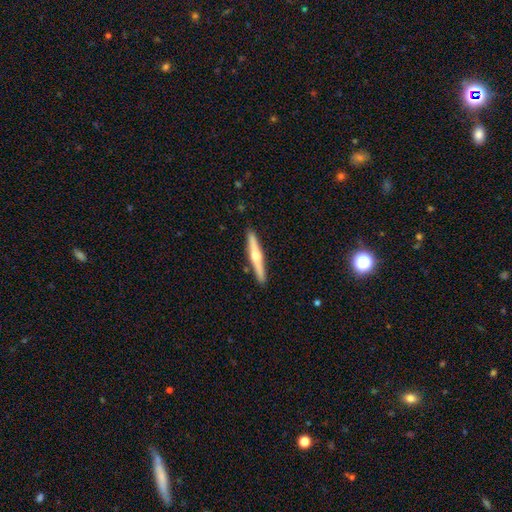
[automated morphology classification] A featured or disk galaxy (61%) viewed edge-on (98%) with a rounded central bulge (84%).

Vote fractions:
- Smooth or featured? featured or disk: 61% / smooth: 33% / star or artifact: 5%
- Edge-on disk? yes: 98% / no: 2%
- Edge-on bulge? rounded: 84% / none: 8% / boxy: 7%
- Merging? none: 90% / minor disturbance: 7% / merger: 1% / major disturbance: 1%